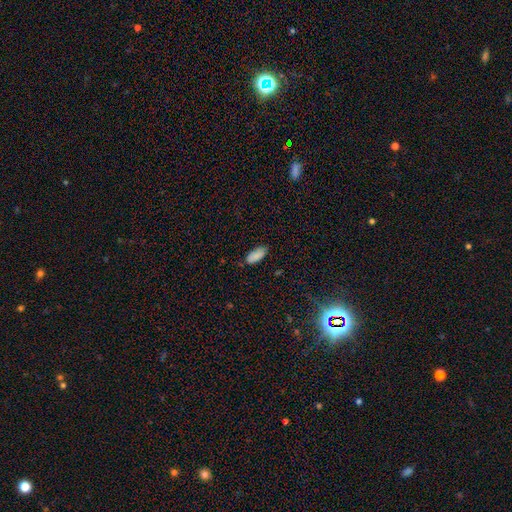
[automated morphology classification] A smooth galaxy with no disk features (87%) that is in between round and cigar-shaped (87%). Merging: none (77%).